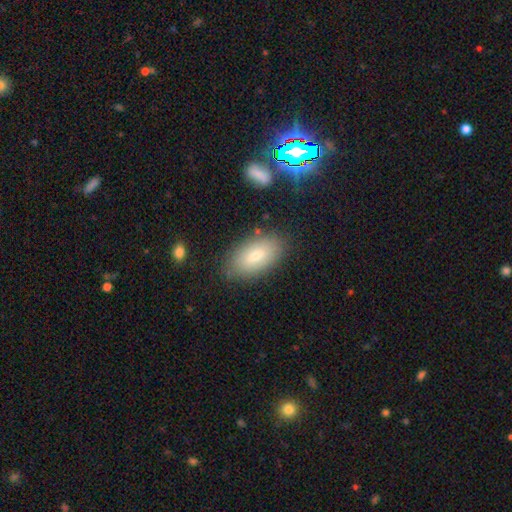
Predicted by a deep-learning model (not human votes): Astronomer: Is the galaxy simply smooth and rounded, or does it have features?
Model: smooth — 74%.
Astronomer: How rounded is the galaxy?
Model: in between — 91%.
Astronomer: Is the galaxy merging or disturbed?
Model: none — 81%.